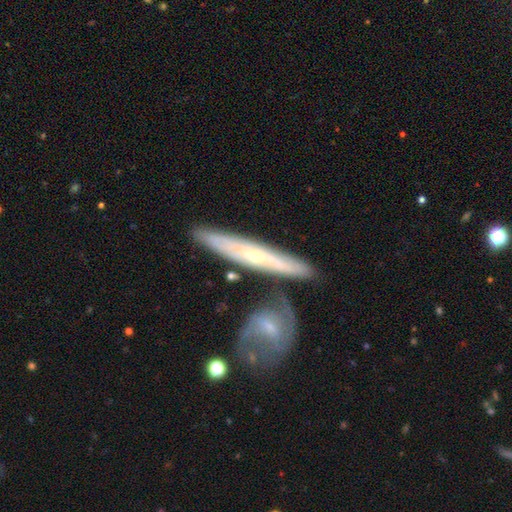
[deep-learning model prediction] Smooth or featured? Predicted: featured or disk (p=0.64). Edge-on disk? Predicted: yes (p=0.75). Merging? Predicted: none (p=0.71).